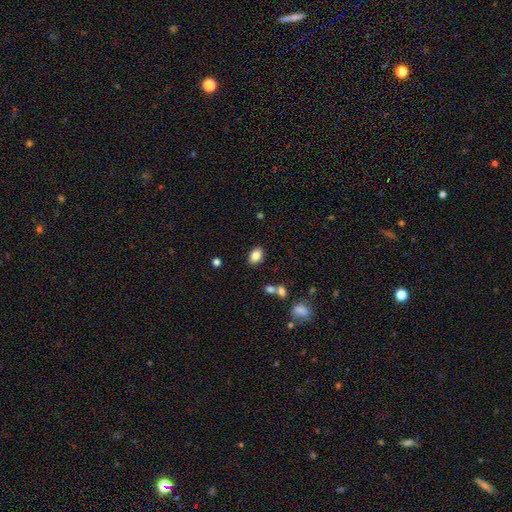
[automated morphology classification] smooth-or-featured: smooth: 84% | star or artifact: 9% | featured or disk: 7%
  how-rounded: in between: 85% | round: 14% | cigar-shaped: 1%
  merging: none: 84% | minor disturbance: 10% | merger: 3% | major disturbance: 3%